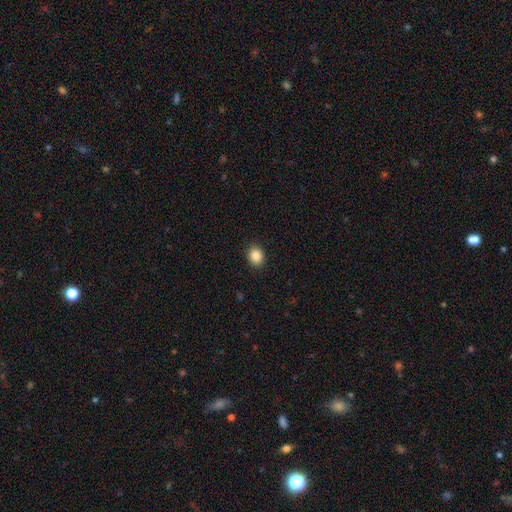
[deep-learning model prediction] The model was most divided on "how rounded": round: 62%, in between: 37%, cigar-shaped: 1%. More confident: merging — none (90%); smooth or featured — smooth (86%).